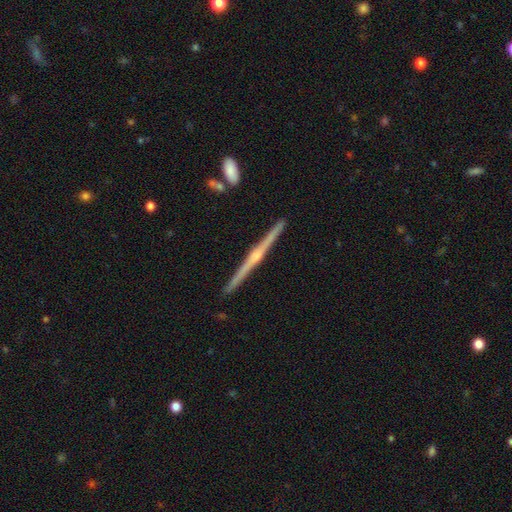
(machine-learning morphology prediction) Overall: featured or disk (85%). Edge-on disk: yes (99%). Edge-on bulge: rounded (80%). Merging: none (92%).